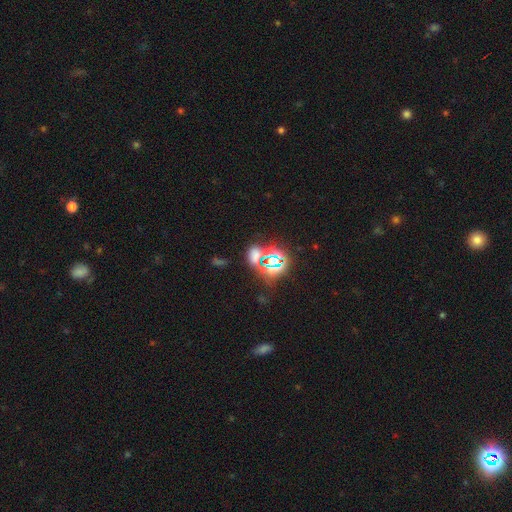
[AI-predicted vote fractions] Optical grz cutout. It shows a star or artifact, not a galaxy (58%).